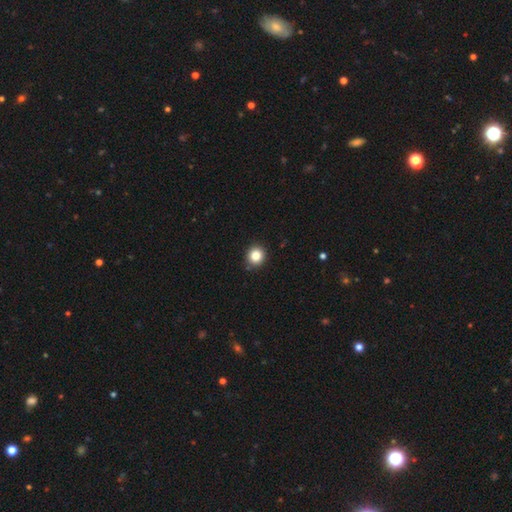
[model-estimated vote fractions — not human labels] Smooth or featured? Predicted: smooth (p=0.84). How rounded? Predicted: round (p=0.90). Merging? Predicted: none (p=0.91).